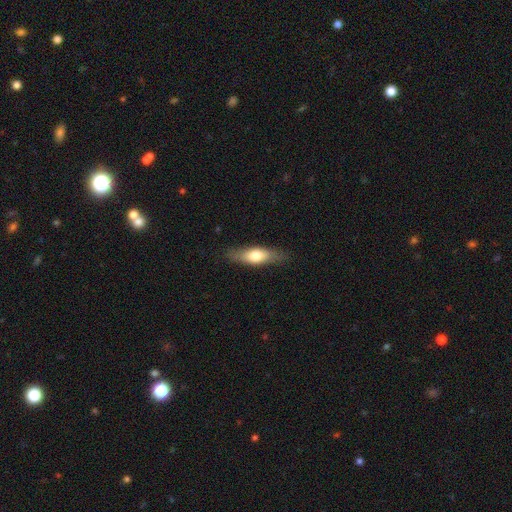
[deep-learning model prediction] A smooth galaxy with no disk features (63%) that is in between round and cigar-shaped (51%). Merging: none (81%).